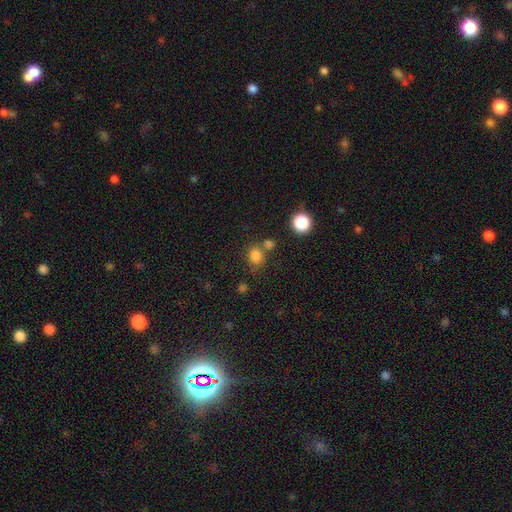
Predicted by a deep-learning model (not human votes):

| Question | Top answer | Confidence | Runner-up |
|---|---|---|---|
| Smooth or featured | smooth | 80% | star or artifact (14%) |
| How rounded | round | 68% | in between (31%) |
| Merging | none | 63% | merger (21%) |